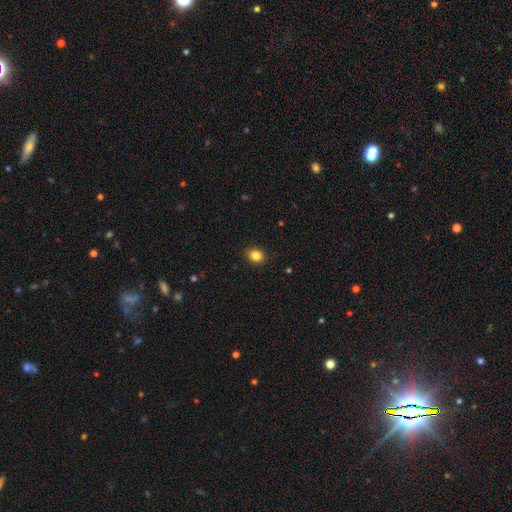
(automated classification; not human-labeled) This appears to be a smooth galaxy with no disk features (84%) that is round (62%). Merging: none (91%).